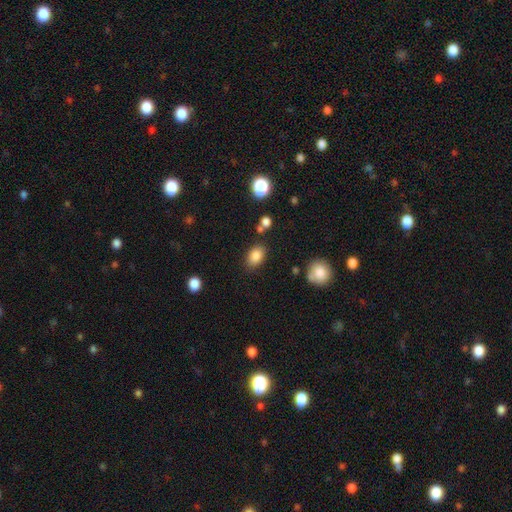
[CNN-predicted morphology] A smooth galaxy with no disk features (84%) that is in between round and cigar-shaped (81%).

Vote fractions:
- Smooth or featured? smooth: 84% / star or artifact: 9% / featured or disk: 6%
- How rounded? in between: 81% / round: 18% / cigar-shaped: 1%
- Merging? none: 79% / minor disturbance: 13% / merger: 5% / major disturbance: 4%